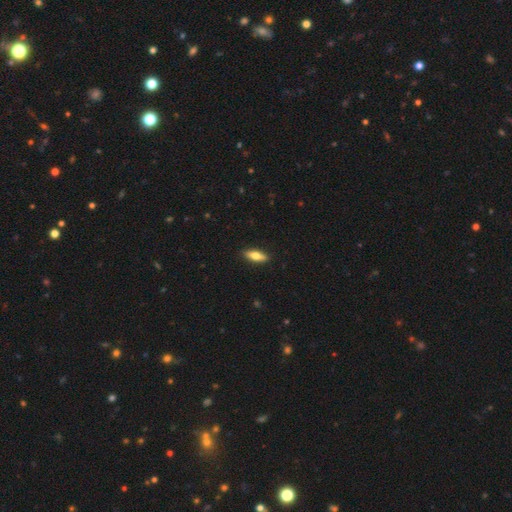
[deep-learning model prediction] This is likely a smooth galaxy (68%). How rounded: likely in between (61%). Merging: clearly none (89%).